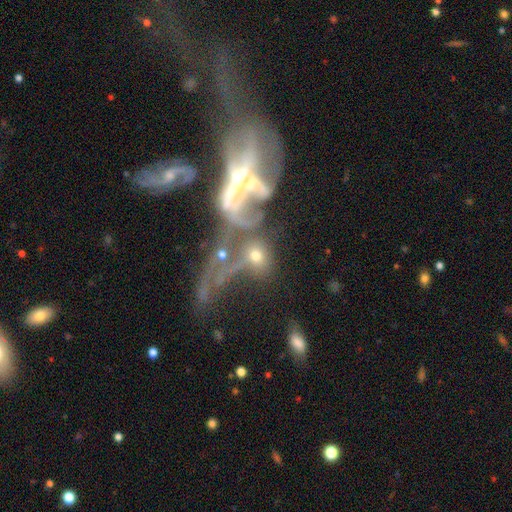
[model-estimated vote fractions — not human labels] Q: Smooth or featured?
A: smooth (42%); runner-up: featured or disk (37%)
Q: Merging?
A: merger (45%); runner-up: major disturbance (25%)